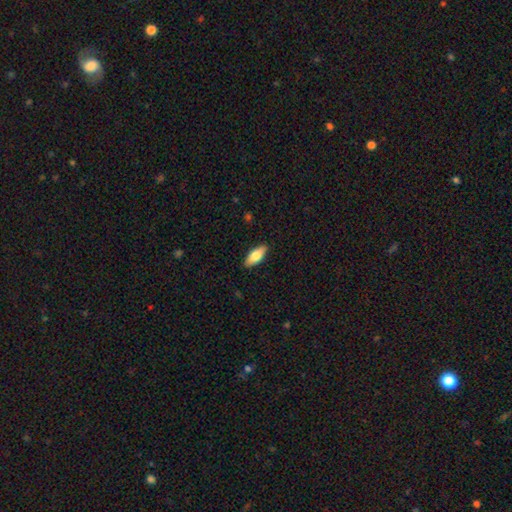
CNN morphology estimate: Smooth or featured: smooth — 71% (featured or disk — 23%)
How rounded: in between — 77% (cigar-shaped — 20%)
Merging: none — 89% (minor disturbance — 8%)